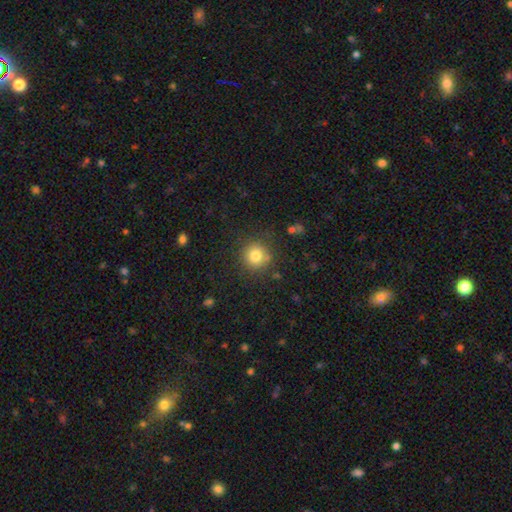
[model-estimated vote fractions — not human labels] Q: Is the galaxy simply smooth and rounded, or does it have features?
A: smooth — 81%.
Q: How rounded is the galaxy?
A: round — 93%.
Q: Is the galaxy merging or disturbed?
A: none — 85%.